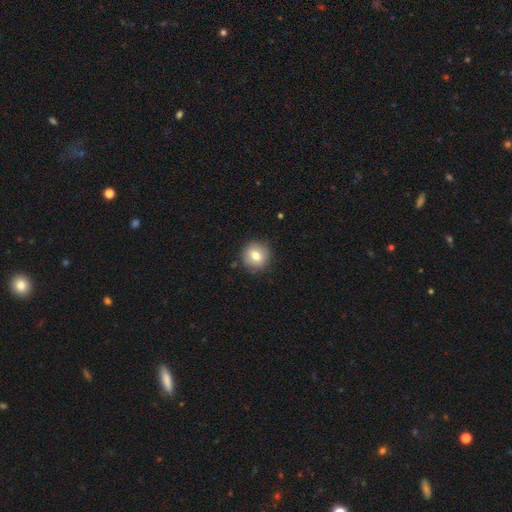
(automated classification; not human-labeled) This appears to be a smooth galaxy with no disk features (78%) that is round (92%). Merging: none (88%).